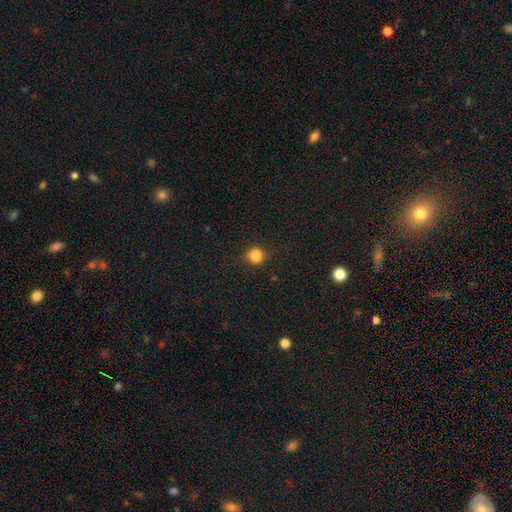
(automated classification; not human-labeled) Smooth or featured? Predicted: smooth (p=0.83). How rounded? Predicted: round (p=0.80). Merging? Predicted: none (p=0.81).